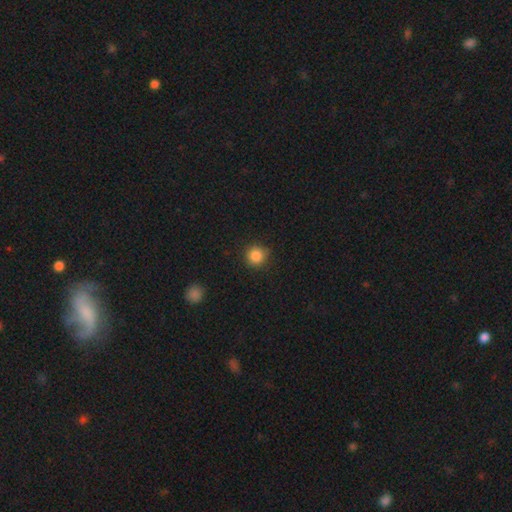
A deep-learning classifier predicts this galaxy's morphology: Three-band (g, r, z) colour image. It shows a smooth galaxy with no disk features (86%) that is round (94%). Merging: none (88%).